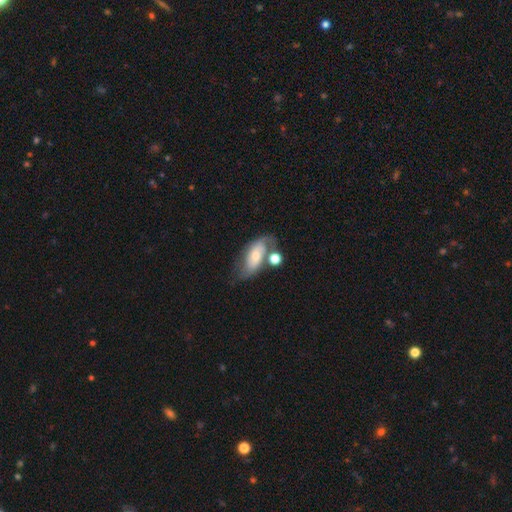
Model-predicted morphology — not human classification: Smooth or featured? Predicted: featured or disk (p=0.49). Merging? Predicted: none (p=0.39).